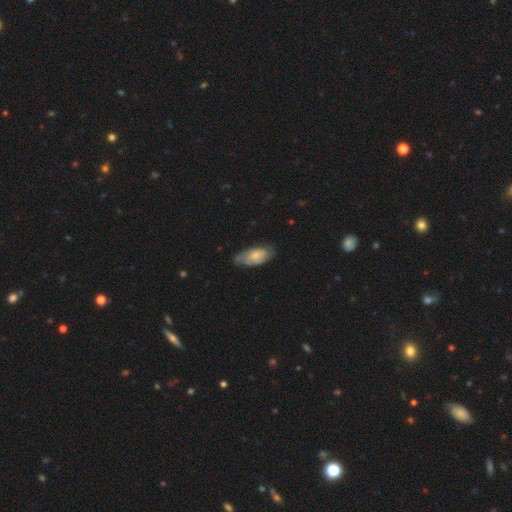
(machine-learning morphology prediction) smooth 58%, featured or disk 35%, star or artifact 6%. Down the decision tree: how rounded — in between (87%); merging — none (56%).